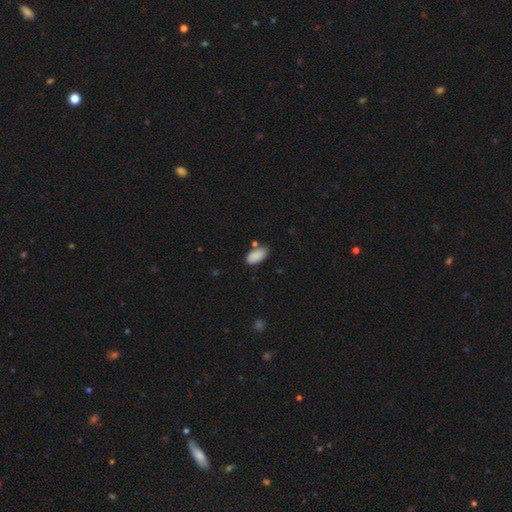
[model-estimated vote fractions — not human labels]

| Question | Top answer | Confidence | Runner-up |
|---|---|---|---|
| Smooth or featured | smooth | 89% | star or artifact (7%) |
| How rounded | in between | 93% | cigar-shaped (5%) |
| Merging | none | 72% | minor disturbance (16%) |